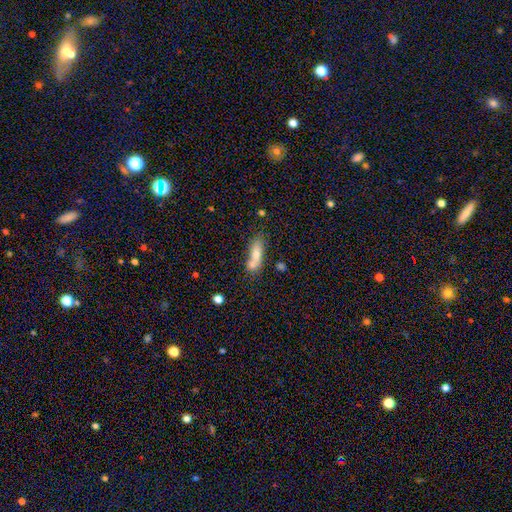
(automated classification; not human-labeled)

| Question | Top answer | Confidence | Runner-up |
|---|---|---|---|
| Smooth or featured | smooth | 73% | featured or disk (19%) |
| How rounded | in between | 51% | cigar-shaped (45%) |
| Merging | none | 40% | merger (37%) |